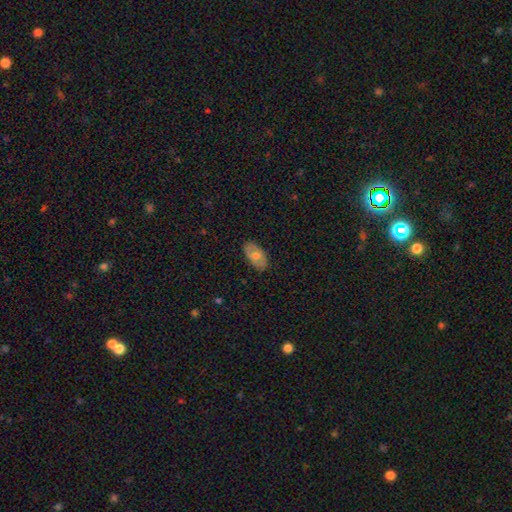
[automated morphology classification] Smooth or featured? smooth (58%)
How rounded? in between (92%)
Merging? none (85%)